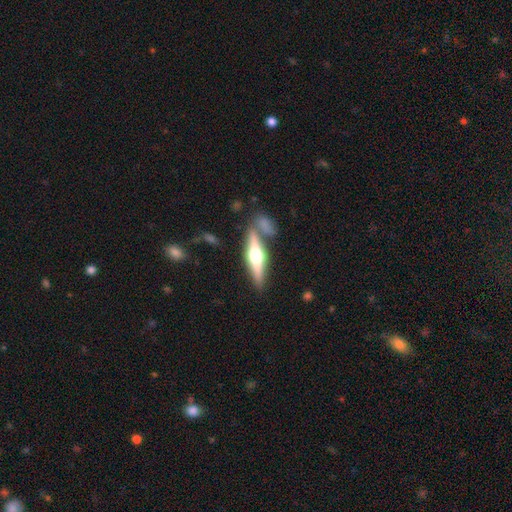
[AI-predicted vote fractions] A featured or disk galaxy (65%) viewed edge-on (95%) with a rounded central bulge (94%).

Vote fractions:
- Smooth or featured? featured or disk: 65% / smooth: 30% / star or artifact: 6%
- Edge-on disk? yes: 95% / no: 5%
- Edge-on bulge? rounded: 94% / boxy: 4% / none: 2%
- Merging? none: 71% / merger: 14% / minor disturbance: 11% / major disturbance: 4%